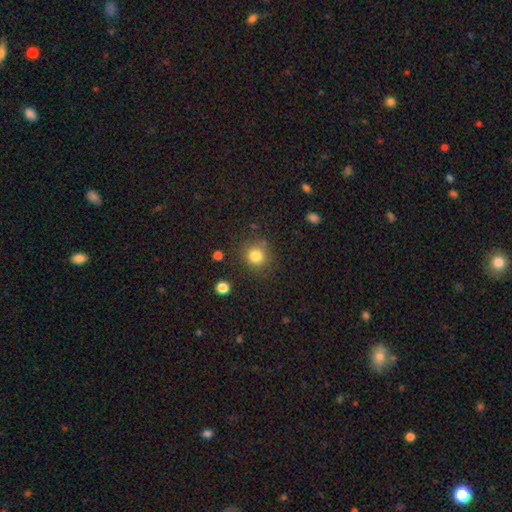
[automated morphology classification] Smooth or featured?
  - smooth: 82% *
  - star or artifact: 12%
  - featured or disk: 6%
How rounded?
  - round: 90% *
  - in between: 9%
  - cigar-shaped: 1%
Merging?
  - none: 81% *
  - minor disturbance: 11%
  - merger: 4%
  - major disturbance: 4%